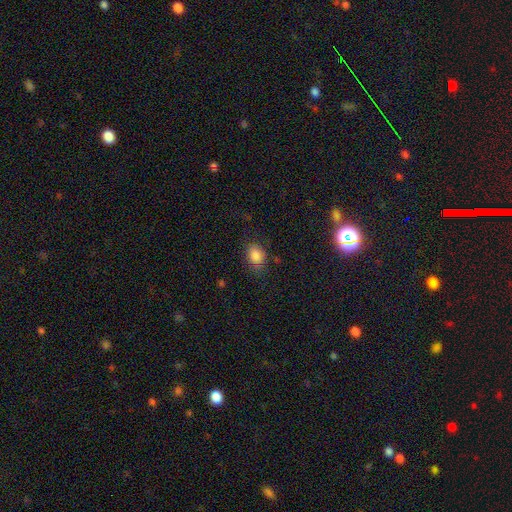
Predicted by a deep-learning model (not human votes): This appears to be a smooth galaxy with no disk features (83%) that is in between round and cigar-shaped (74%). Merging: none (72%).